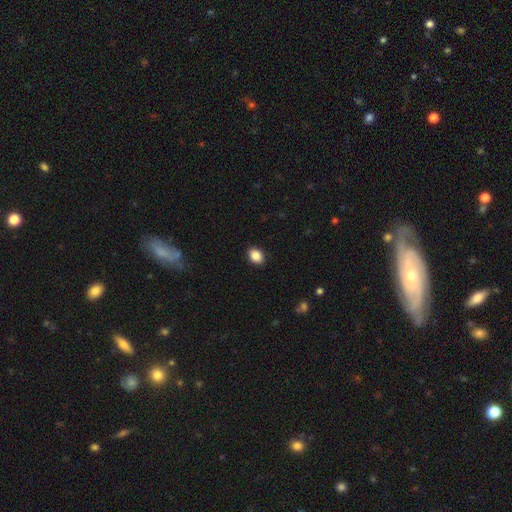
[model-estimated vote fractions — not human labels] smooth-or-featured: smooth: 87% | star or artifact: 9% | featured or disk: 4%
  how-rounded: in between: 69% | round: 30% | cigar-shaped: 1%
  merging: none: 89% | minor disturbance: 8% | major disturbance: 2% | merger: 1%